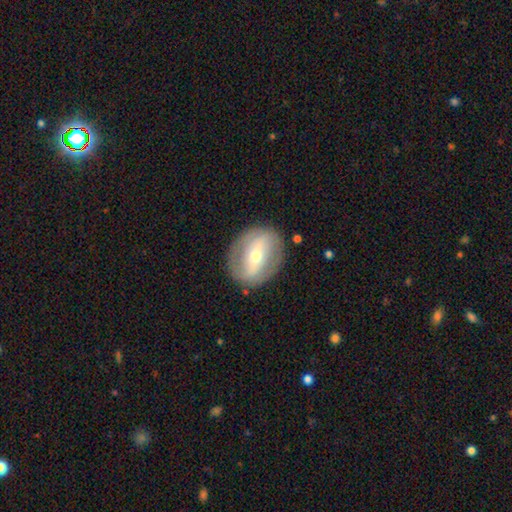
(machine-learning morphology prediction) smooth_or_featured: featured or disk (p=0.65) [alt: smooth p=0.29]
disk_edge_on: no (p=0.92) [alt: yes p=0.08]
bar: strong (p=0.52) [alt: weak p=0.29]
has_spiral_arms: no (p=0.50) [tied with: yes p=0.50]
bulge_size: moderate (p=0.54) [alt: small p=0.40]
merging: none (p=0.83) [alt: minor disturbance p=0.11]